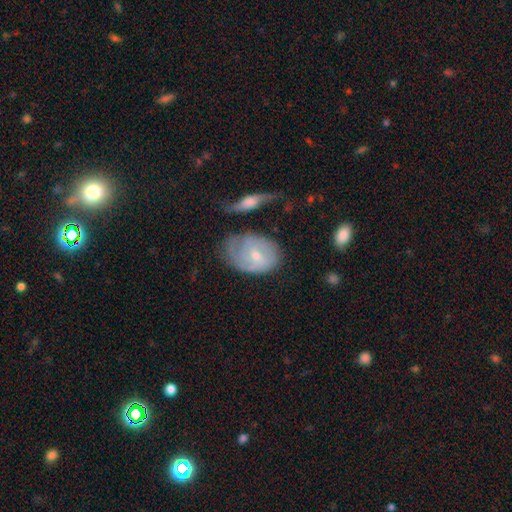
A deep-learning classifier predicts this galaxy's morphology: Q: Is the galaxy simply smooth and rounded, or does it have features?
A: featured or disk — 61%.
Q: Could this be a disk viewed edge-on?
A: no — 94%.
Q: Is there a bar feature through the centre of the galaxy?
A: no — 50%.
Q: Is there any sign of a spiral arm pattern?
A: yes — 77%.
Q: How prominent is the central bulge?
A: small — 55%.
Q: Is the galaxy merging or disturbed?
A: none — 46%.